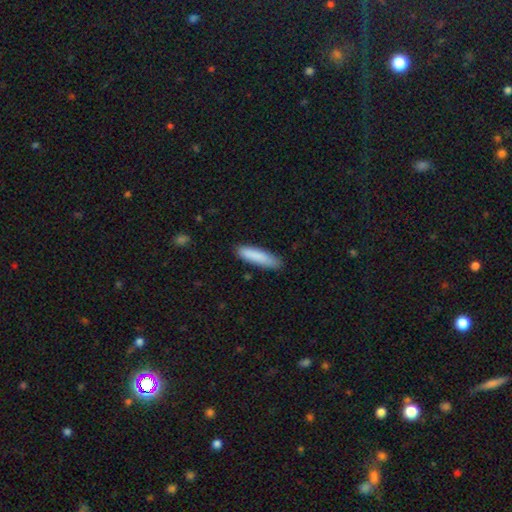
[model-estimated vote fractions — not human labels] The model was most divided on "how rounded": cigar-shaped: 80%, in between: 19%, round: 1%. More confident: smooth or featured — smooth (87%); merging — none (84%).